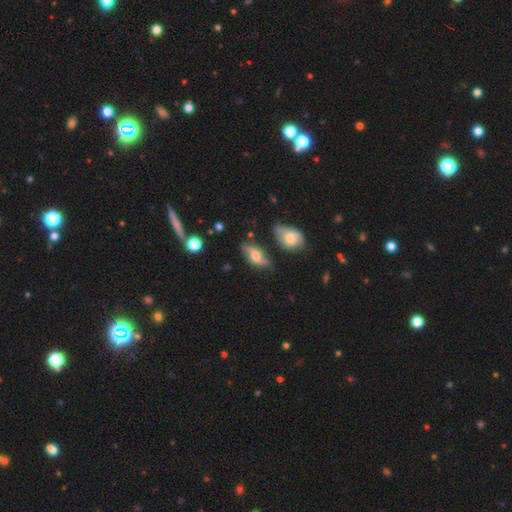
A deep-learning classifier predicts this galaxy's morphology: This is likely a featured or disk galaxy (63%). It is likely not viewed edge-on (71%). Merging: likely none (67%).